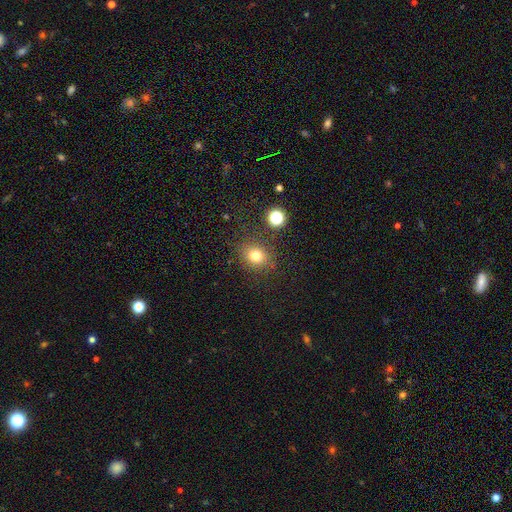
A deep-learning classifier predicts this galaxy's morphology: Q: Smooth or featured?
A: smooth (77%); runner-up: star or artifact (16%)
Q: How rounded?
A: round (71%); runner-up: in between (28%)
Q: Merging?
A: none (82%); runner-up: minor disturbance (10%)